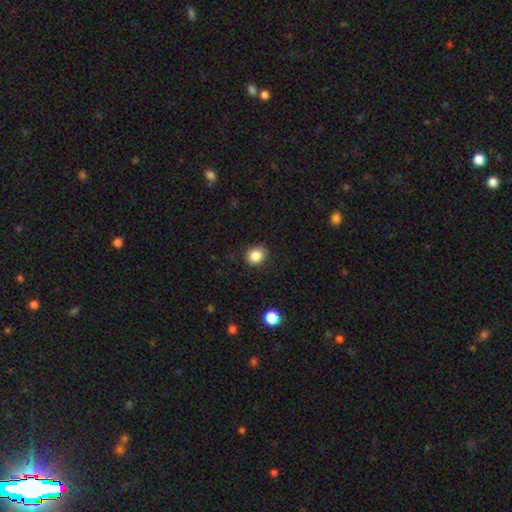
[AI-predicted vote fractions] Smooth or featured: smooth — 85% (star or artifact — 10%)
How rounded: round — 78% (in between — 21%)
Merging: none — 88% (minor disturbance — 8%)